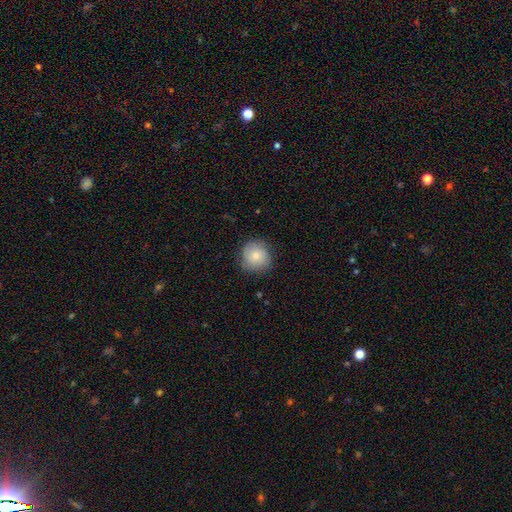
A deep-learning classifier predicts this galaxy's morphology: The model was most divided on "smooth or featured": smooth: 76%, featured or disk: 17%, star or artifact: 7%. More confident: how rounded — round (91%); merging — none (79%).